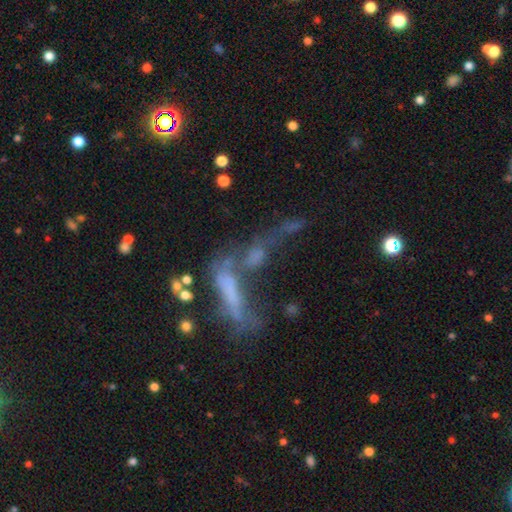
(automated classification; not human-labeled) The model was most divided on "smooth or featured": featured or disk: 41%, smooth: 38%, star or artifact: 21%. Remaining: merging — merger (47%).